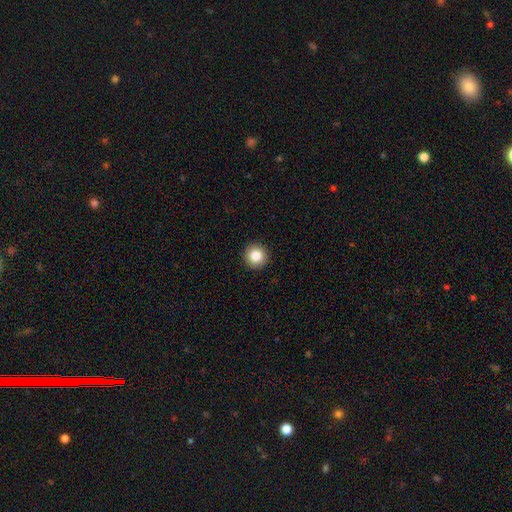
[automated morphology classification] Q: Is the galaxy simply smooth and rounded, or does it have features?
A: smooth — 84%.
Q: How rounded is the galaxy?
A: round — 95%.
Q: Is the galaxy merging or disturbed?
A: none — 93%.